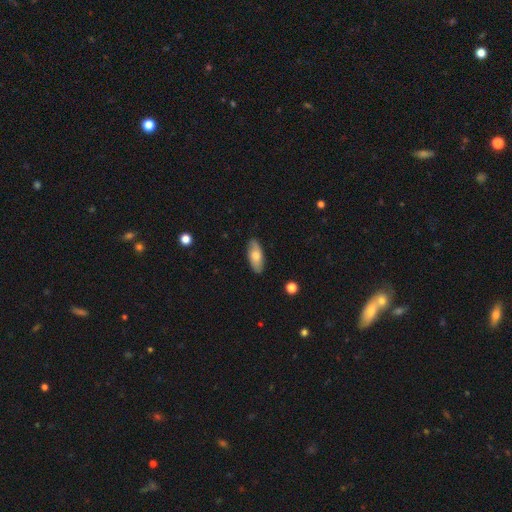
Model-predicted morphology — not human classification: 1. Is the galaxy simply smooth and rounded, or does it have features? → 69% smooth, 24% featured or disk, 6% star or artifact.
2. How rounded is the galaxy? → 84% in between, 14% cigar-shaped, 3% round.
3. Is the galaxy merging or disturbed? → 86% none, 11% minor disturbance, 2% major disturbance, 1% merger.